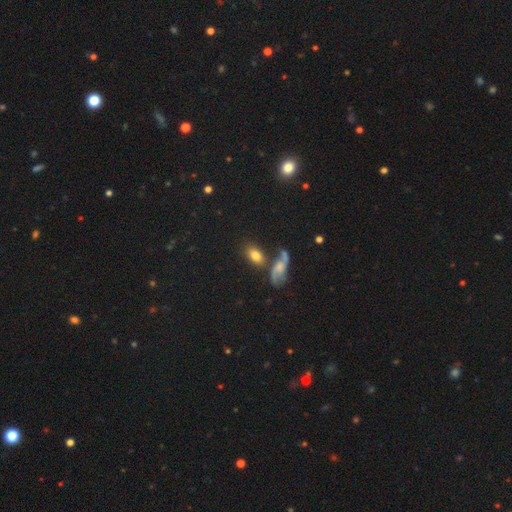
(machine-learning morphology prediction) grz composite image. It shows a smooth galaxy with no disk features (75%) that is in between round and cigar-shaped (85%). Merging: none (59%).